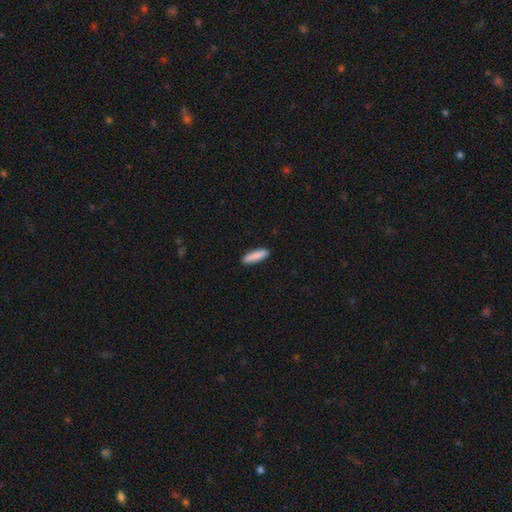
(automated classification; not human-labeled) Smooth or featured? Predicted: smooth (p=0.88). How rounded? Predicted: cigar-shaped (p=0.71). Merging? Predicted: none (p=0.90).